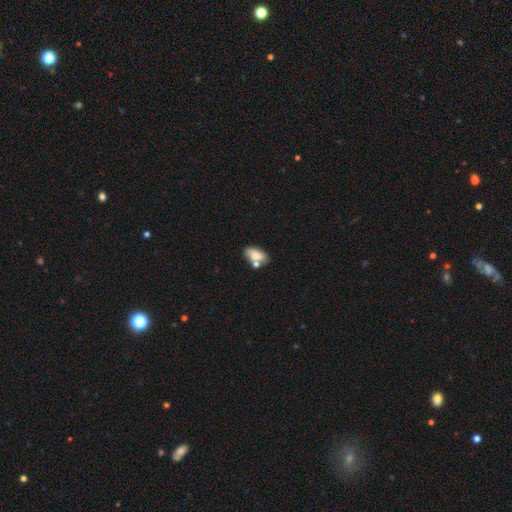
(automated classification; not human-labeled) This appears to be a smooth galaxy with no disk features (73%) that is in between round and cigar-shaped (90%). Merging: none (47%).